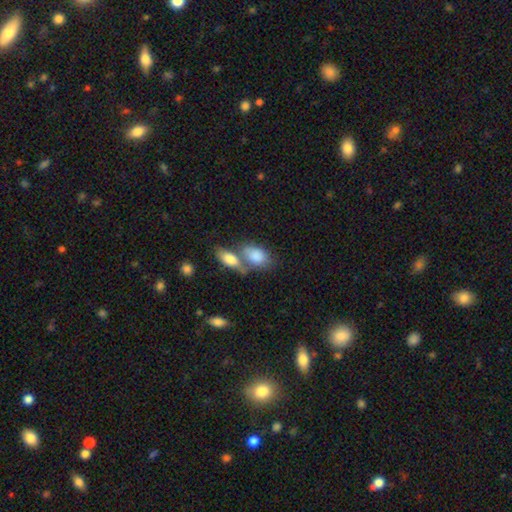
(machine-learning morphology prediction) A smooth galaxy with no disk features (82%) that is in between round and cigar-shaped (88%). Merging: merger (52%).